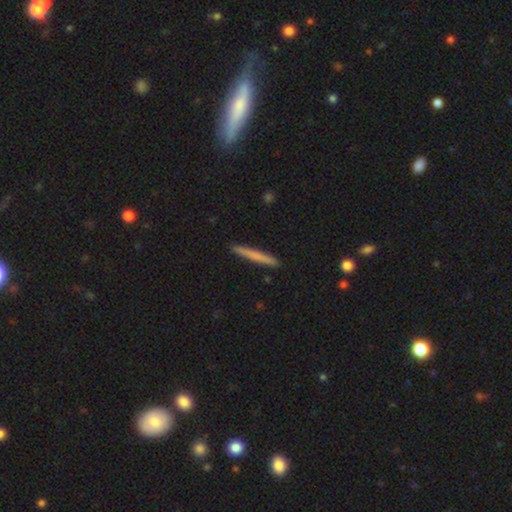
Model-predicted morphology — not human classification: The model was most divided on "smooth or featured": smooth: 70%, featured or disk: 25%, star or artifact: 6%. More confident: how rounded — cigar-shaped (96%); merging — none (92%).